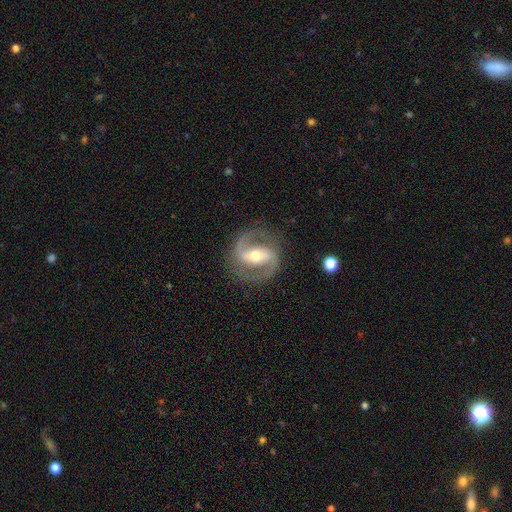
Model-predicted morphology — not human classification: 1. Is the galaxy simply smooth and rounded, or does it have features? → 91% featured or disk, 5% smooth, 4% star or artifact.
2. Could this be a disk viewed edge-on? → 97% no, 3% yes.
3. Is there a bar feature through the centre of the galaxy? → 50% strong, 33% weak, 17% no.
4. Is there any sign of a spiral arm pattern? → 96% yes, 4% no.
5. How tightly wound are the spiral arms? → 60% medium, 21% tight, 20% loose.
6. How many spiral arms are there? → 93% 2, 2% 1, 2% can't tell, 1% 3, 1% 4, 1% more than 4.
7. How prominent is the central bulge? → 67% moderate, 27% small, 5% large, 1% none, 1% dominant.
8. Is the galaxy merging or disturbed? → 85% none, 10% minor disturbance, 4% major disturbance, 1% merger.